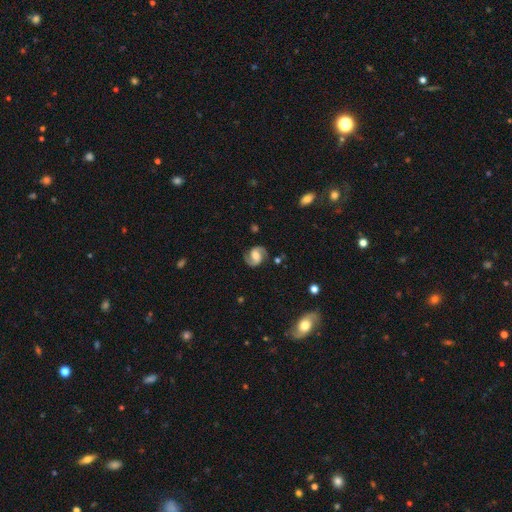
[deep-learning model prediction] A featured or disk galaxy (86%) with a weak bar (46%), 2 (93%) medium (56%) spiral arms (97%) and a moderate central bulge (51%).

Vote fractions:
- Smooth or featured? featured or disk: 86% / smooth: 9% / star or artifact: 6%
- Edge-on disk? no: 98% / yes: 2%
- Bar? weak: 46% / no: 37% / strong: 18%
- Spiral arms? yes: 97% / no: 3%
- Spiral winding? medium: 56% / loose: 23% / tight: 22%
- Spiral arm count? 2: 93% / can't tell: 2% / 1: 1% / 3: 1% / 4: 1% / more than 4: 1%
- Bulge size? moderate: 51% / large: 21% / small: 18% / none: 8% / dominant: 2%
- Merging? none: 83% / minor disturbance: 12% / major disturbance: 4% / merger: 2%